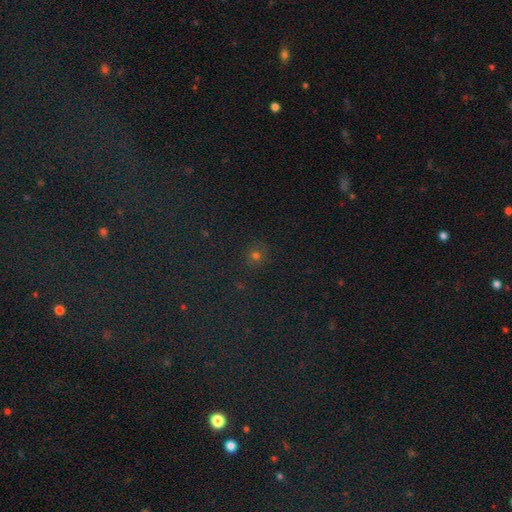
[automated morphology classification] The model was most divided on "smooth or featured": smooth: 60%, star or artifact: 32%, featured or disk: 8%. More confident: how rounded — round (90%); merging — none (88%).